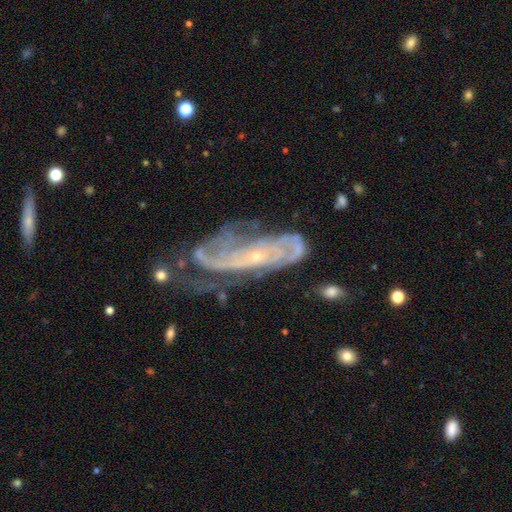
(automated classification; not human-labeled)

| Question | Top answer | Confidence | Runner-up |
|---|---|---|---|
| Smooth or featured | featured or disk | 84% | smooth (8%) |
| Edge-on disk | no | 86% | yes (14%) |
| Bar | no | 62% | weak (26%) |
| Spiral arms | yes | 92% | no (8%) |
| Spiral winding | tight | 51% | medium (35%) |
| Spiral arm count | can't tell | 35% | 2 (29%) |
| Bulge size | small | 81% | moderate (14%) |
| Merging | none | 47% | minor disturbance (25%) |